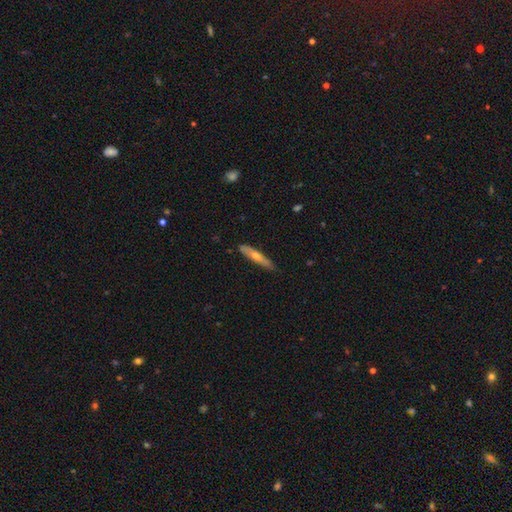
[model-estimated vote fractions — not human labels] This appears to be a featured or disk galaxy (48%). Merging: none (81%).